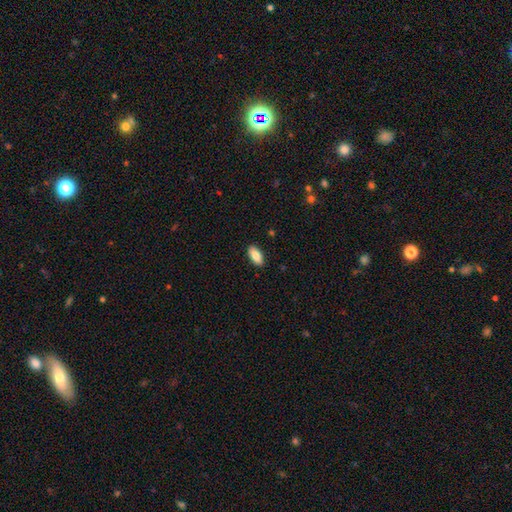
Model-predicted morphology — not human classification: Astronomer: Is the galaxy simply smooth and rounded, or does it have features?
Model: smooth — 84%.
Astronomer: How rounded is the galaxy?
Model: in between — 90%.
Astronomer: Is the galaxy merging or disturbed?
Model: none — 89%.